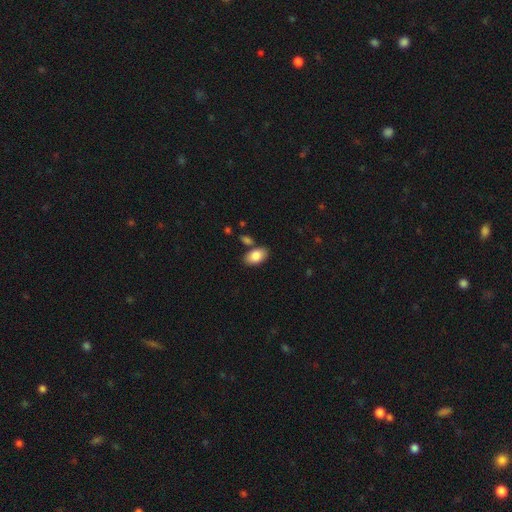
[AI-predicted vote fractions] This is clearly a smooth galaxy (85%). How rounded: clearly in between (93%). Merging: likely none (76%).